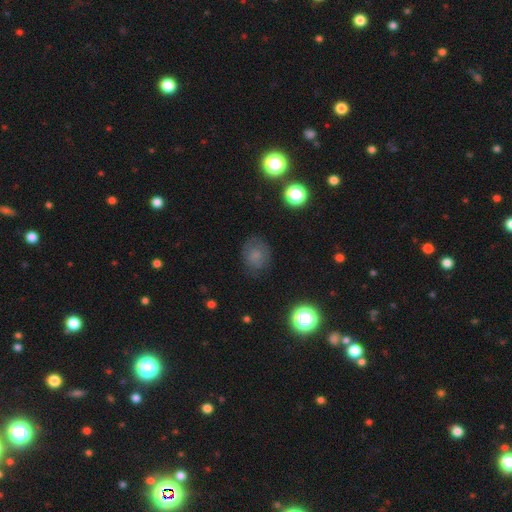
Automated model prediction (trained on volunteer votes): This is likely a smooth galaxy (67%). How rounded: likely round (68%). Merging: likely none (70%).